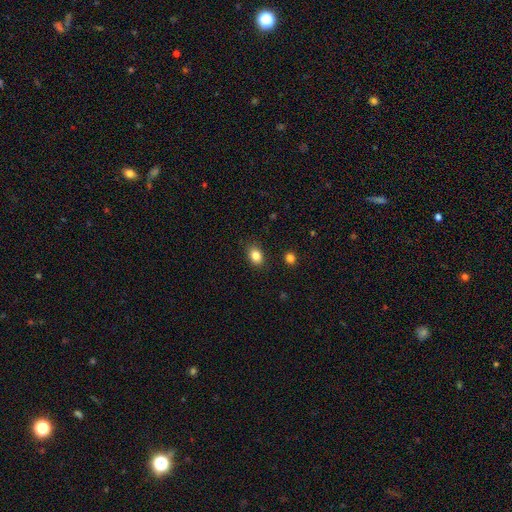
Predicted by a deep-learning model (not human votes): A smooth galaxy with no disk features (85%) that is in between round and cigar-shaped (72%).

Vote fractions:
- Smooth or featured? smooth: 85% / star or artifact: 10% / featured or disk: 6%
- How rounded? in between: 72% / round: 27% / cigar-shaped: 1%
- Merging? none: 87% / minor disturbance: 10% / major disturbance: 2% / merger: 2%